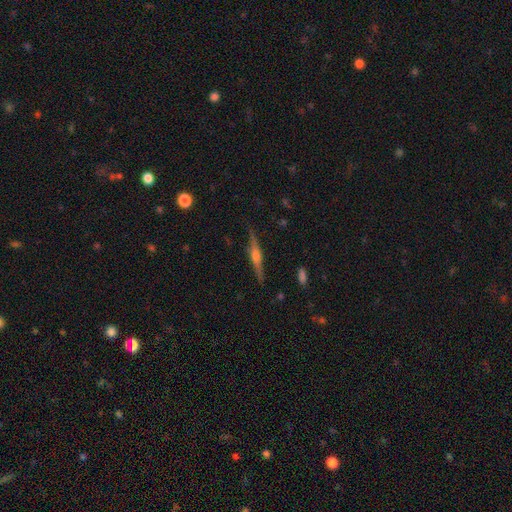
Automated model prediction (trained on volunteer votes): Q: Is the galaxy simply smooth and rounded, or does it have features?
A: featured or disk — 74%.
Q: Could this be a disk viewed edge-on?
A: yes — 97%.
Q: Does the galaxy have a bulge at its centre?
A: rounded — 78%.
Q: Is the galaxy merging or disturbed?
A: none — 85%.